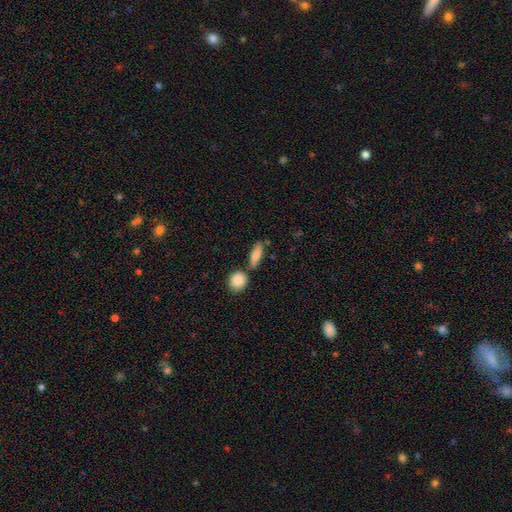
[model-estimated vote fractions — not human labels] The model was most divided on "how rounded": in between: 55%, cigar-shaped: 38%, round: 6%. More confident: smooth or featured — smooth (79%); merging — none (68%).